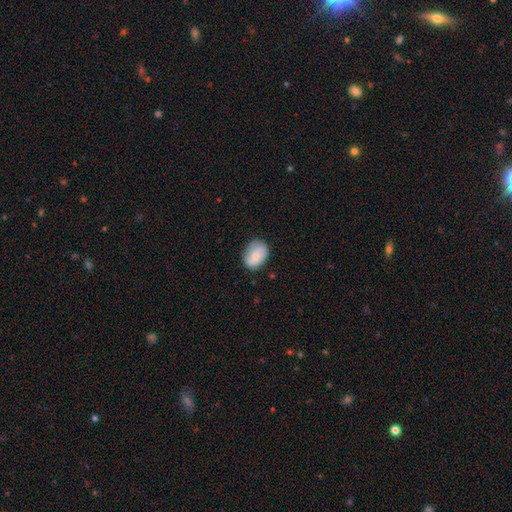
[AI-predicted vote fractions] Smooth or featured? smooth (75%)
How rounded? in between (77%)
Merging? none (73%)